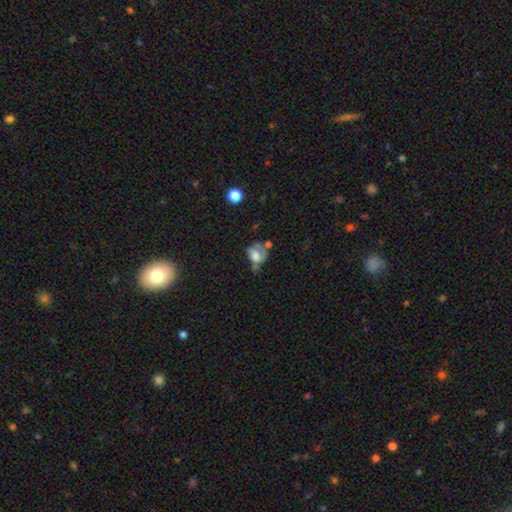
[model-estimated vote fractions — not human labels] Morphology: type=smooth (55%); roundness=in between (60%); merging=major disturbance (28%).